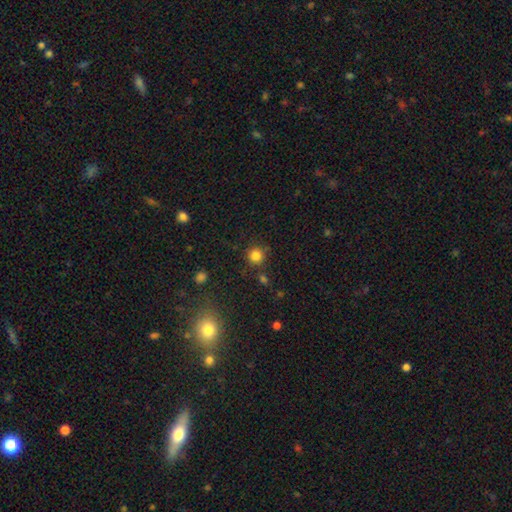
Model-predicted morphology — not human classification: Smooth or featured? smooth (82%)
How rounded? round (93%)
Merging? none (83%)